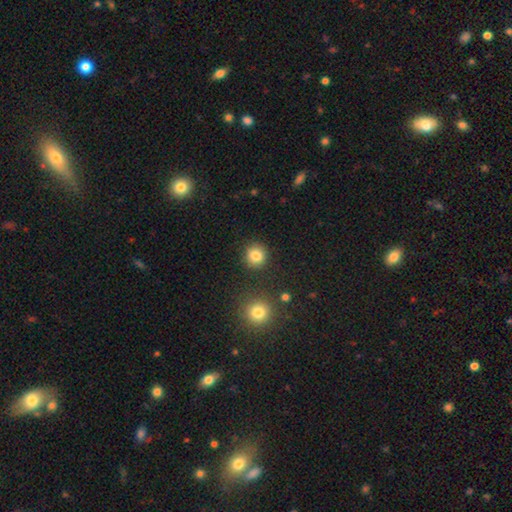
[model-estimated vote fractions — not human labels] Smooth or featured? Predicted: smooth (p=0.84). How rounded? Predicted: round (p=0.90). Merging? Predicted: none (p=0.87).